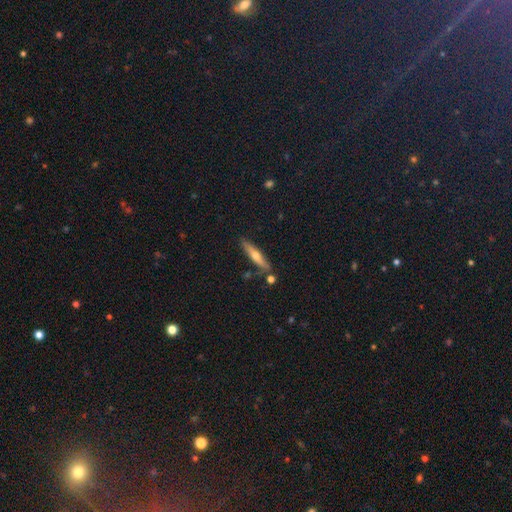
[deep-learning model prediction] Smooth or featured? featured or disk (51%)
Edge-on disk? yes (92%)
Merging? none (83%)